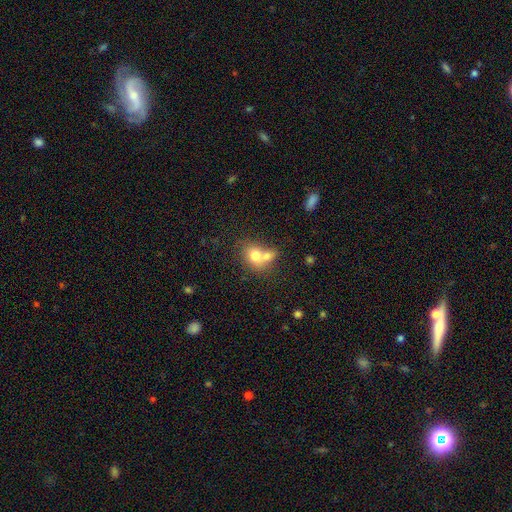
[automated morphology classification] type=smooth (74%); roundness=in between (52%); merging=merger (58%).